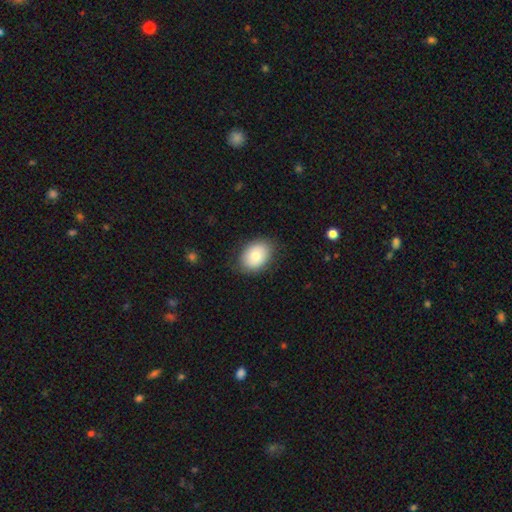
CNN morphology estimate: Smooth or featured?
  - smooth: 79% *
  - featured or disk: 14%
  - star or artifact: 7%
How rounded?
  - in between: 72% *
  - round: 27%
  - cigar-shaped: 1%
Merging?
  - none: 82% *
  - minor disturbance: 13%
  - major disturbance: 3%
  - merger: 1%